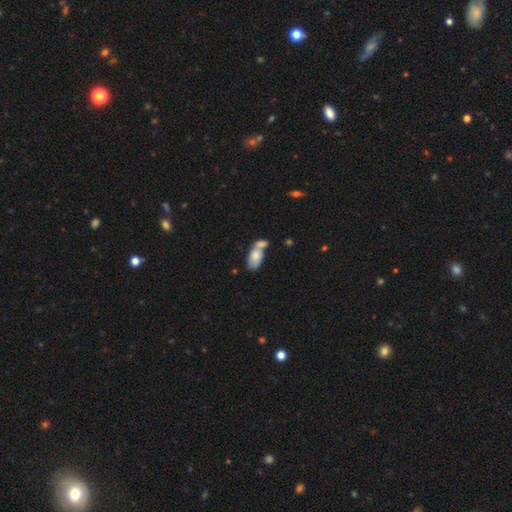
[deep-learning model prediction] smooth-or-featured: smooth: 75% | featured or disk: 19% | star or artifact: 7%
  how-rounded: in between: 91% | round: 4% | cigar-shaped: 4%
  merging: merger: 56% | none: 28% | minor disturbance: 12% | major disturbance: 5%